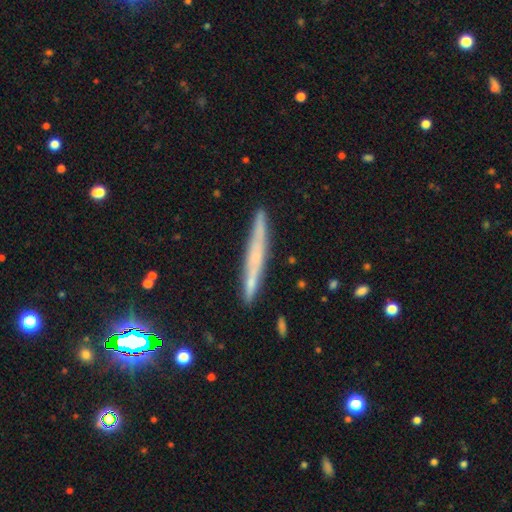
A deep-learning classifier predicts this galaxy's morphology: This appears to be a featured or disk galaxy (47%). Merging: none (86%).